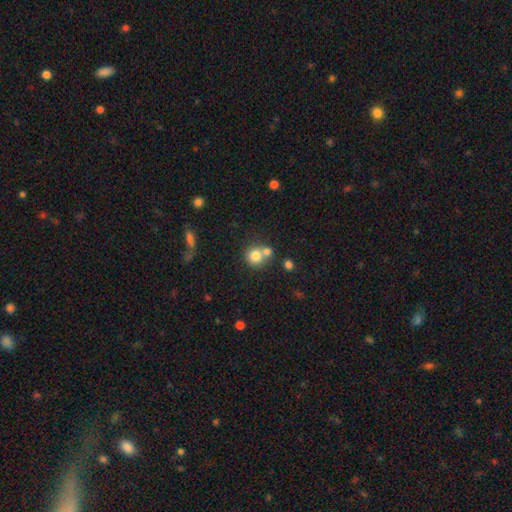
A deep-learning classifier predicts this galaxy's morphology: The model was most divided on "merging": none: 48%, merger: 42%, minor disturbance: 8%, major disturbance: 3%. More confident: how rounded — round (88%); smooth or featured — smooth (79%).